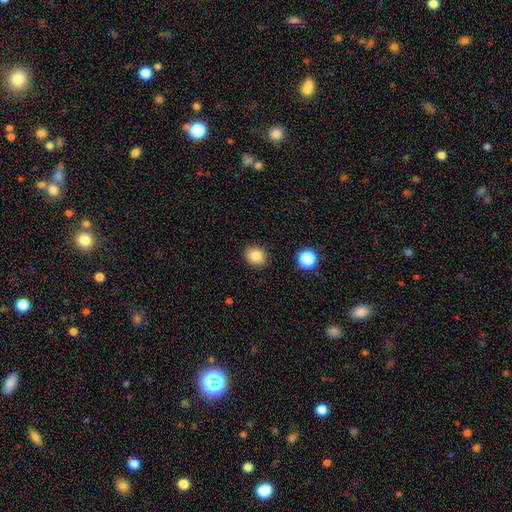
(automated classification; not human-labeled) Smooth or featured? Predicted: smooth (p=0.82). How rounded? Predicted: round (p=0.76). Merging? Predicted: none (p=0.89).